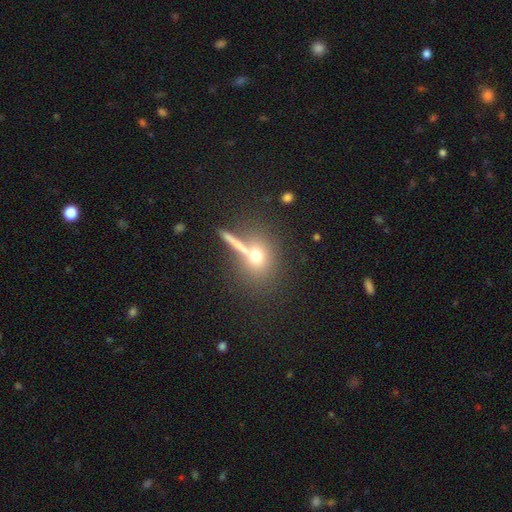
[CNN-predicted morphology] Smooth or featured? Predicted: smooth (p=0.67). How rounded? Predicted: round (p=0.76). Merging? Predicted: none (p=0.57).